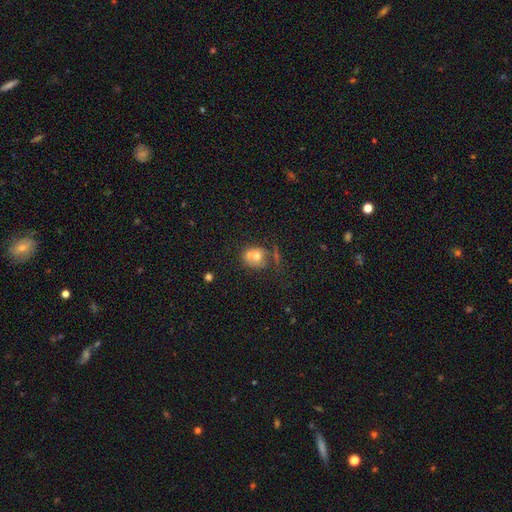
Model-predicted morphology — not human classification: This is likely a smooth galaxy (60%). How rounded: likely round (61%). Merging: marginally merger (41%).